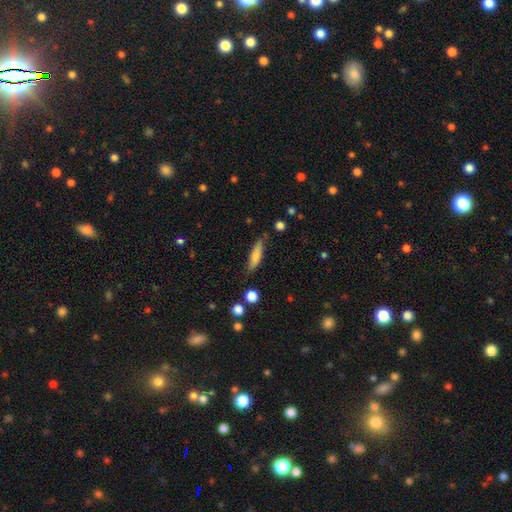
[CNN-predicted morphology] Smooth or featured? Predicted: smooth (p=0.73). How rounded? Predicted: cigar-shaped (p=0.66). Merging? Predicted: none (p=0.71).